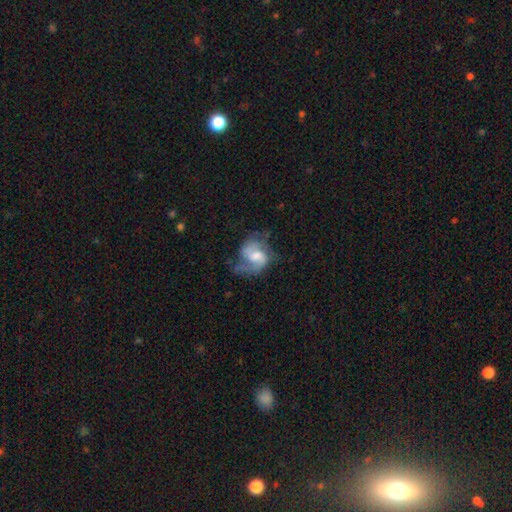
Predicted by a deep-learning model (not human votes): Morphology: type=featured or disk (72%); edge-on=no (97%); bar=weak (53%); spiral arms=yes (90%); winding=medium (47%); arm count=2 (78%); bulge=moderate (49%); merging=none (49%).